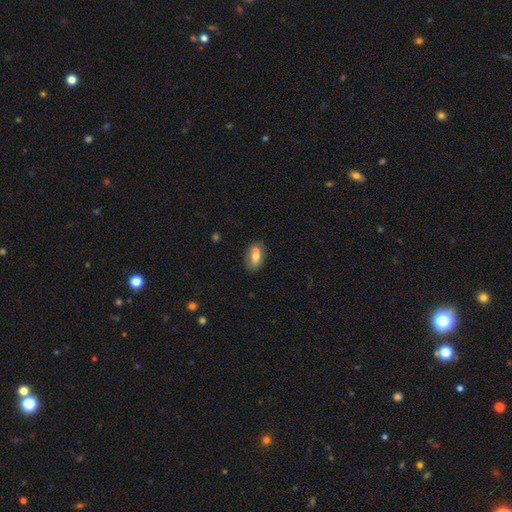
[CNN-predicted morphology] This appears to be a smooth galaxy with no disk features (65%) that is in between round and cigar-shaped (85%). Merging: none (57%).